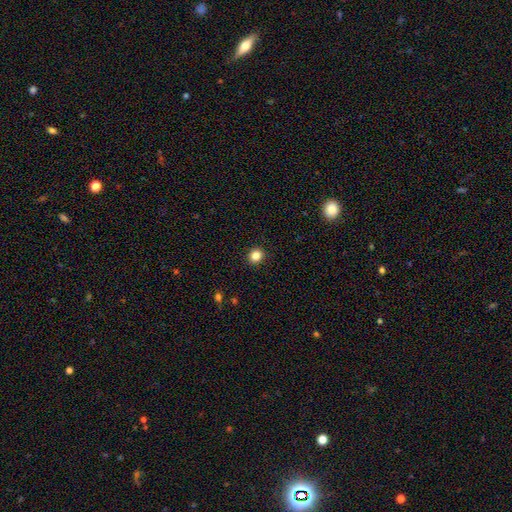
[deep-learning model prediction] Smooth or featured?
  - smooth: 84% *
  - star or artifact: 12%
  - featured or disk: 4%
How rounded?
  - round: 82% *
  - in between: 17%
  - cigar-shaped: 1%
Merging?
  - none: 92% *
  - minor disturbance: 5%
  - major disturbance: 2%
  - merger: 1%